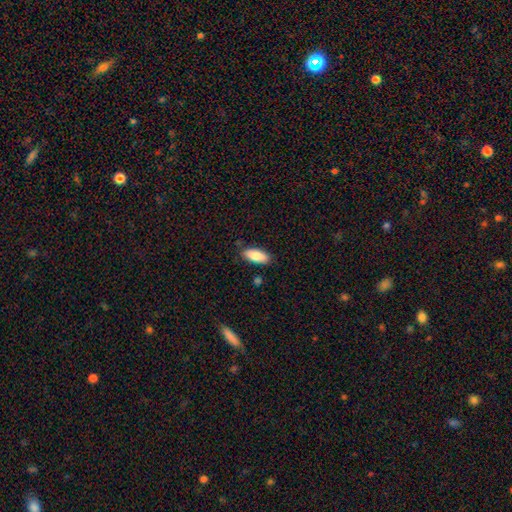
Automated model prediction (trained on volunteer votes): Morphology: type=smooth (85%); roundness=in between (83%); merging=none (84%).